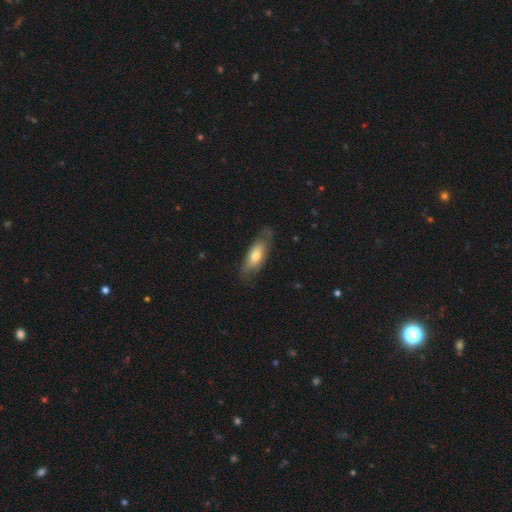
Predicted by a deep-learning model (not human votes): This is likely a smooth galaxy (65%). How rounded: likely in between (71%). Merging: likely none (69%).